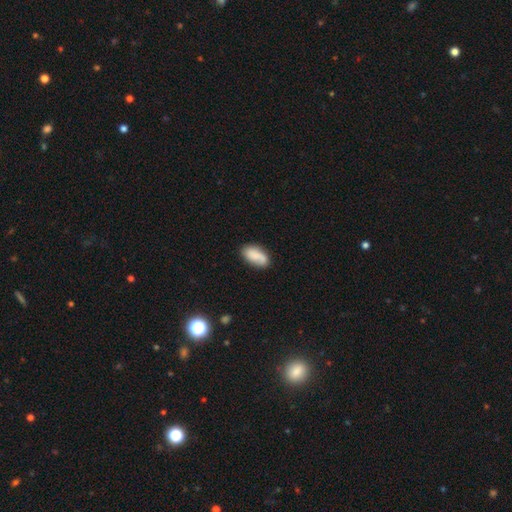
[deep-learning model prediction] Q: Smooth or featured?
A: smooth (76%); runner-up: featured or disk (16%)
Q: How rounded?
A: in between (92%); runner-up: cigar-shaped (5%)
Q: Merging?
A: none (72%); runner-up: minor disturbance (19%)